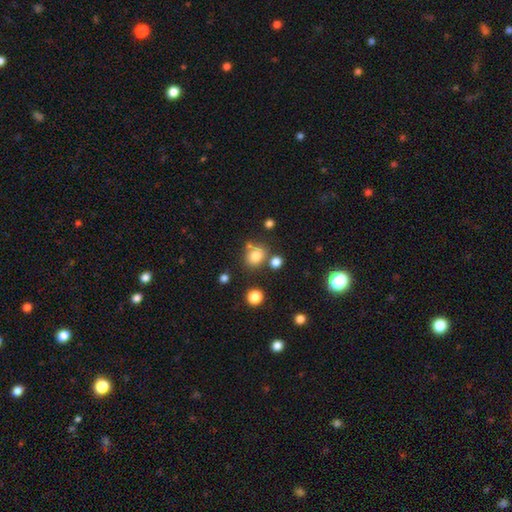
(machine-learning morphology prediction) Smooth or featured: smooth — 79% (star or artifact — 14%)
How rounded: round — 61% (in between — 38%)
Merging: none — 67% (merger — 15%)